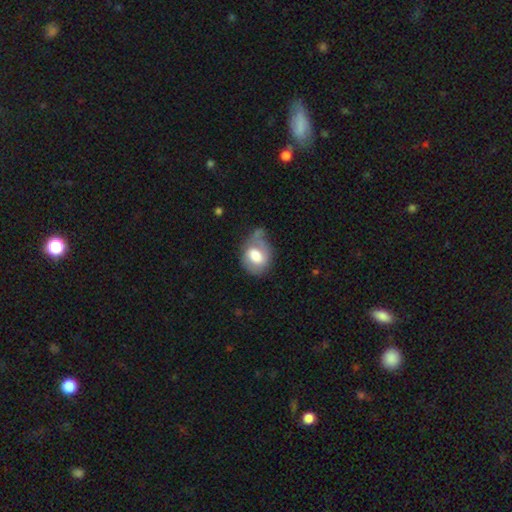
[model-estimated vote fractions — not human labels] Morphology: type=smooth (59%); roundness=in between (62%); merging=none (33%, tied with minor disturbance).